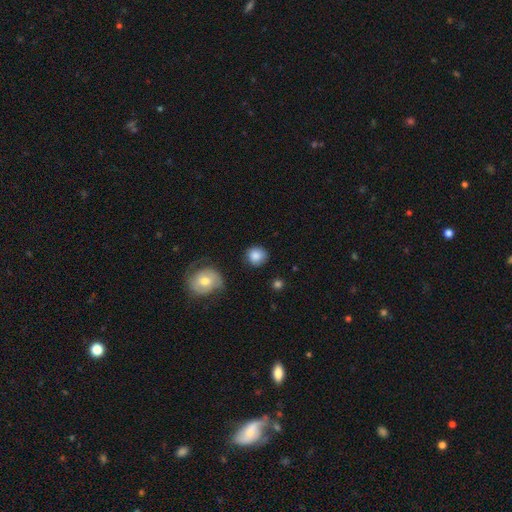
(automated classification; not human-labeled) Smooth or featured? Predicted: smooth (p=0.85). How rounded? Predicted: round (p=0.88). Merging? Predicted: none (p=0.81).